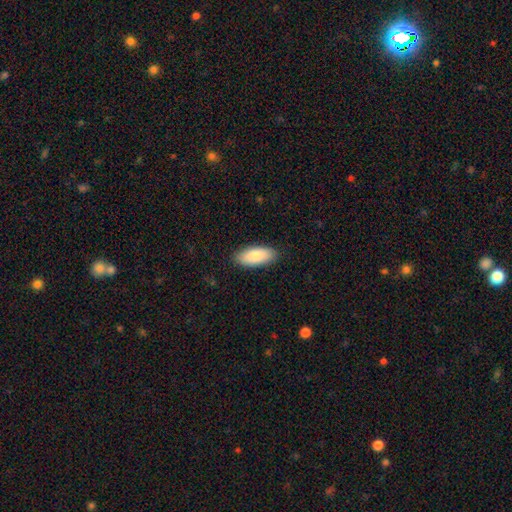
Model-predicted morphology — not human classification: This appears to be a smooth galaxy with no disk features (87%) that is in between round and cigar-shaped (86%). Merging: none (88%).